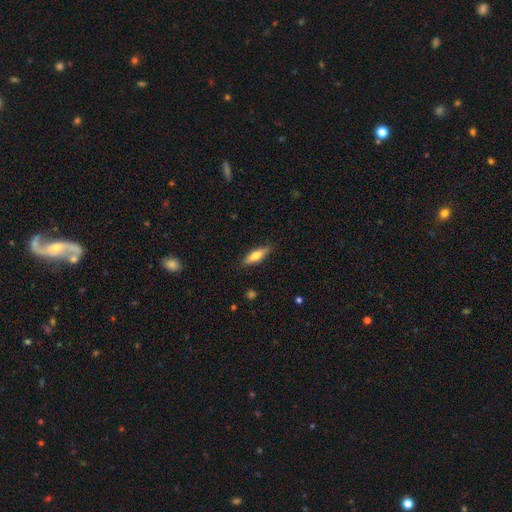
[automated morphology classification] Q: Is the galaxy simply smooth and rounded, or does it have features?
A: smooth — 66%.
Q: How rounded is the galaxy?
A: cigar-shaped — 53%.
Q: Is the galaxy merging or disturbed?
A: none — 86%.